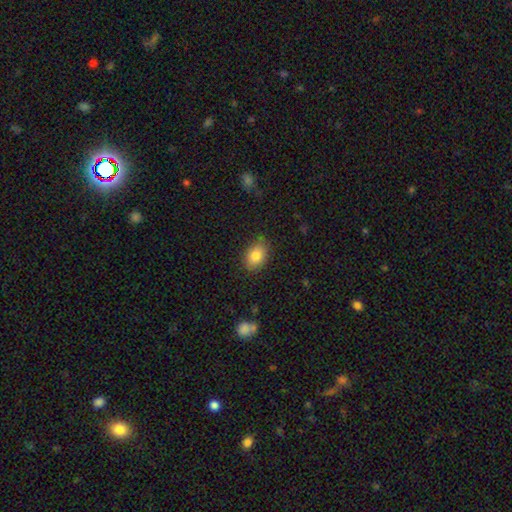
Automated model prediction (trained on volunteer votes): A smooth galaxy with no disk features (84%) that is in between round and cigar-shaped (78%).

Vote fractions:
- Smooth or featured? smooth: 84% / star or artifact: 8% / featured or disk: 8%
- How rounded? in between: 78% / round: 20% / cigar-shaped: 1%
- Merging? none: 81% / minor disturbance: 15% / major disturbance: 3% / merger: 1%